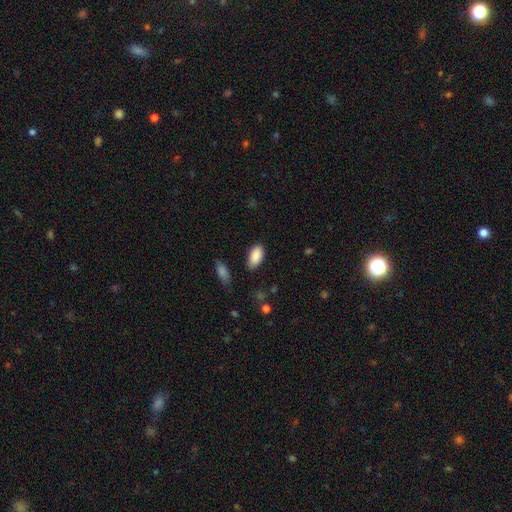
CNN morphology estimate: The model was most divided on "merging": none: 83%, minor disturbance: 12%, major disturbance: 3%, merger: 2%. More confident: how rounded — in between (94%); smooth or featured — smooth (89%).